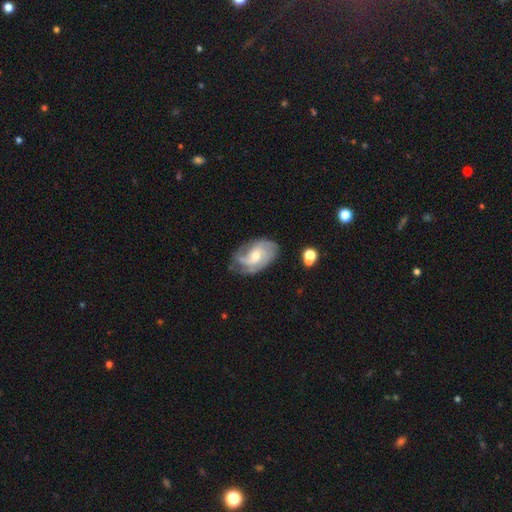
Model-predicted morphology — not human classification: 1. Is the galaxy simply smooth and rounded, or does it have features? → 83% featured or disk, 12% smooth, 6% star or artifact.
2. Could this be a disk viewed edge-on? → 97% no, 3% yes.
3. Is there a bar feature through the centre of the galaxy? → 60% no, 35% weak, 6% strong.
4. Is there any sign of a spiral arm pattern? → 95% yes, 5% no.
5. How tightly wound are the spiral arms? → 43% medium, 41% tight, 16% loose.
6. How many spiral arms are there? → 36% 3, 25% 2, 21% can't tell, 9% 4, 5% 1, 4% more than 4.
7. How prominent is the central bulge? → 52% moderate, 43% small, 2% large, 1% none, 1% dominant.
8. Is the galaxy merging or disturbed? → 66% none, 23% minor disturbance, 9% major disturbance, 2% merger.